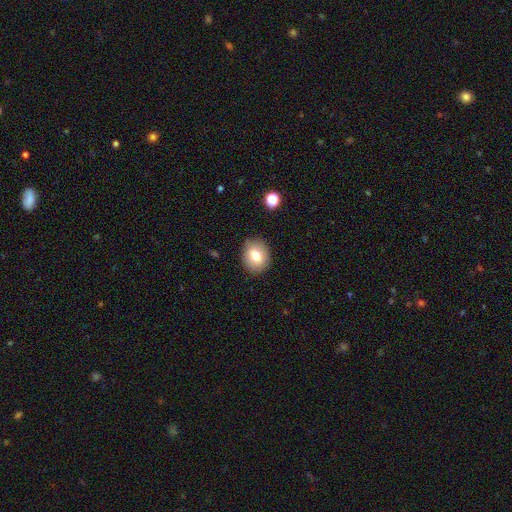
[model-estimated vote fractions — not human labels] Smooth or featured? smooth (77%)
How rounded? round (56%)
Merging? none (87%)